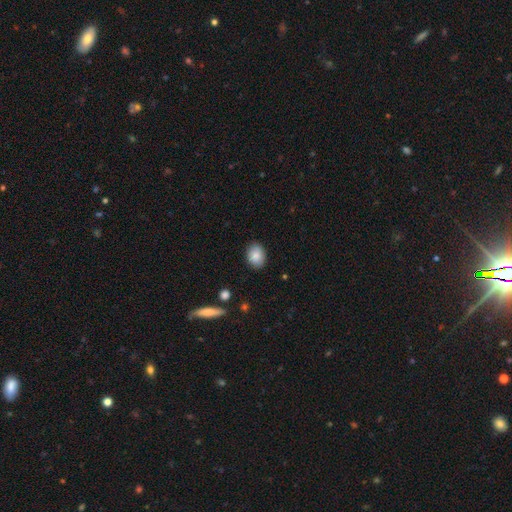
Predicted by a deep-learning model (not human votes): The model was most divided on "how rounded": in between: 65%, round: 34%, cigar-shaped: 1%. More confident: smooth or featured — smooth (86%); merging — none (85%).